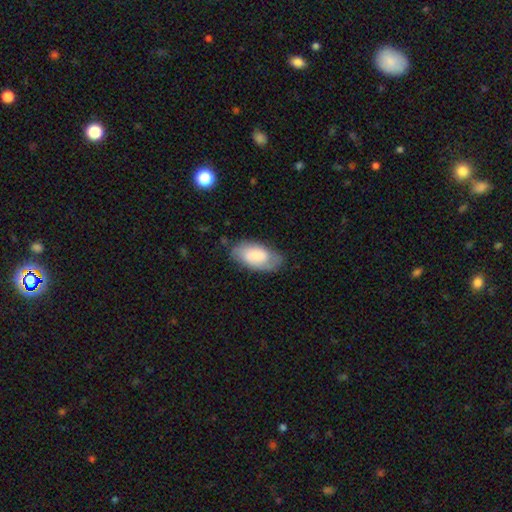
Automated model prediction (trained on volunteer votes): A smooth galaxy with no disk features (63%) that is in between round and cigar-shaped (94%). Merging: none (69%).